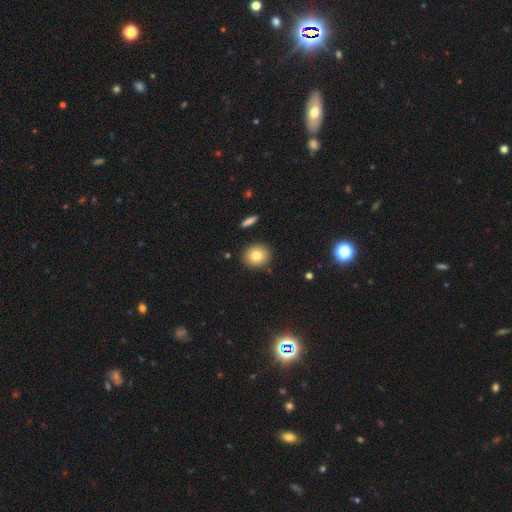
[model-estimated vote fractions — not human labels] smooth-or-featured: smooth: 78% | featured or disk: 11% | star or artifact: 10%
  how-rounded: round: 83% | in between: 16% | cigar-shaped: 1%
  merging: none: 88% | minor disturbance: 8% | merger: 3% | major disturbance: 2%